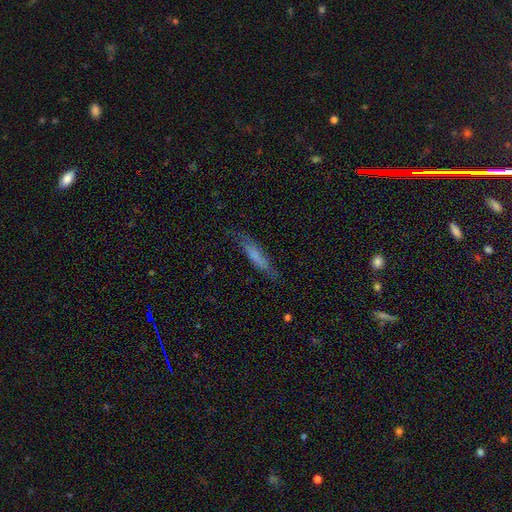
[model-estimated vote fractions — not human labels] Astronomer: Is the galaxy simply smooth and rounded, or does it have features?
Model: smooth — 57% (runner-up: featured or disk, 35%).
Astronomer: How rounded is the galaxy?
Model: cigar-shaped — 86%.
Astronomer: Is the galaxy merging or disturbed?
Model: none — 69%.